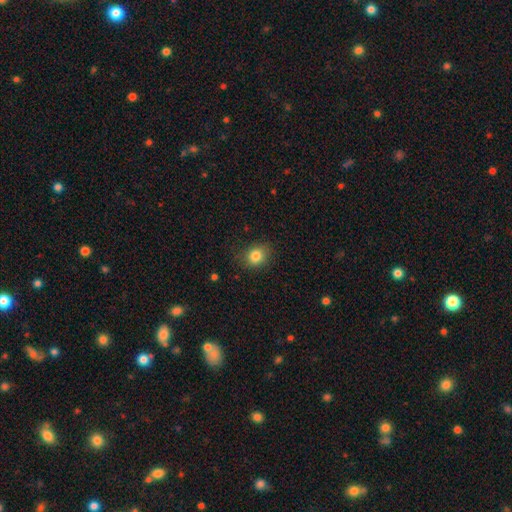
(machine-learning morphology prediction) smooth 83%, star or artifact 11%, featured or disk 6%. Down the decision tree: how rounded — round (65%); merging — none (82%).